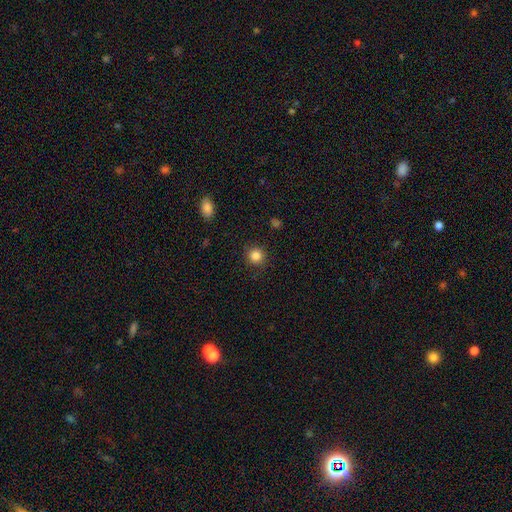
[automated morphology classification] Q: Smooth or featured?
A: smooth (85%); runner-up: star or artifact (11%)
Q: How rounded?
A: round (92%); runner-up: in between (8%)
Q: Merging?
A: none (89%); runner-up: minor disturbance (7%)